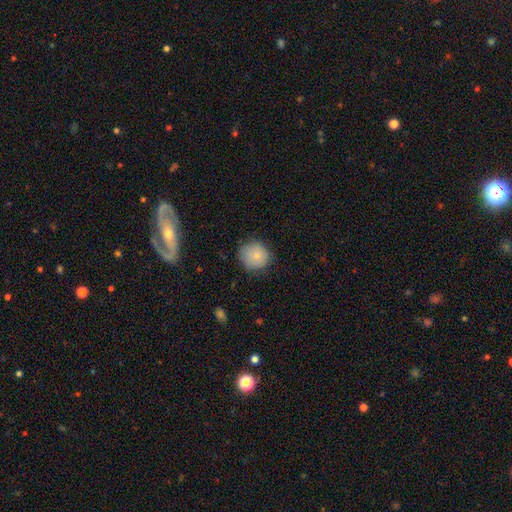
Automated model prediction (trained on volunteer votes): Overall: smooth (82%). How rounded: round (88%). Merging: none (78%).